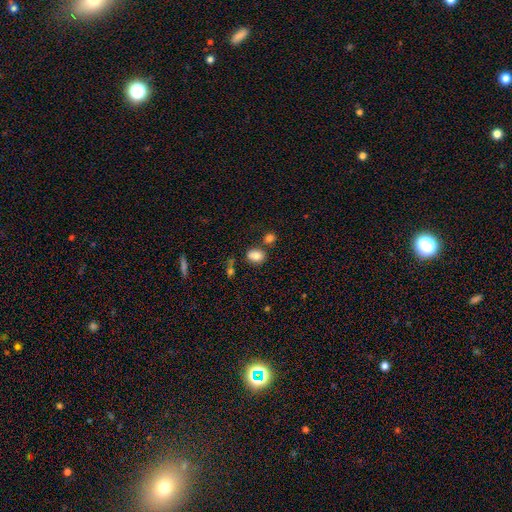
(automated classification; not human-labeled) Smooth or featured: smooth — 84% (star or artifact — 9%)
How rounded: in between — 67% (round — 32%)
Merging: none — 68% (merger — 14%)